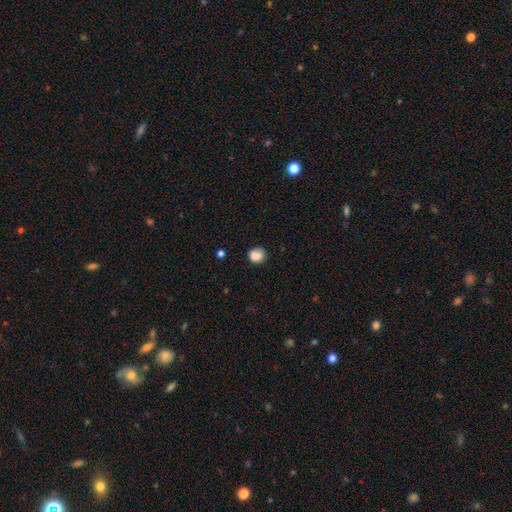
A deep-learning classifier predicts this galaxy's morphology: Smooth or featured: smooth — 81% (star or artifact — 10%)
How rounded: round — 81% (in between — 18%)
Merging: none — 67% (minor disturbance — 18%)